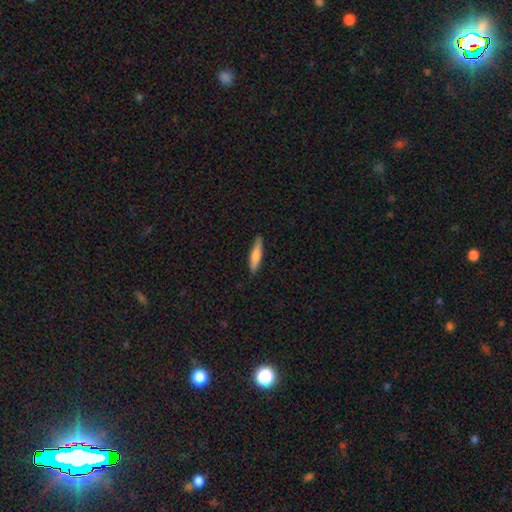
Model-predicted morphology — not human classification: smooth_or_featured: smooth (p=0.76) [alt: featured or disk p=0.19]
how_rounded: cigar-shaped (p=0.83) [alt: in between p=0.15]
merging: none (p=0.85) [alt: minor disturbance p=0.12]